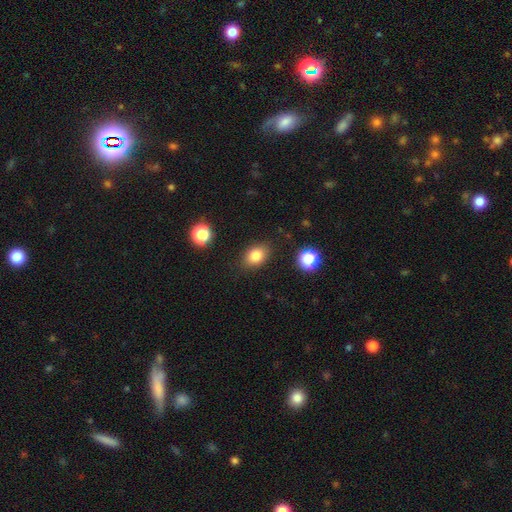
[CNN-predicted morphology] This appears to be a smooth galaxy with no disk features (81%) that is in between round and cigar-shaped (74%). Merging: none (84%).